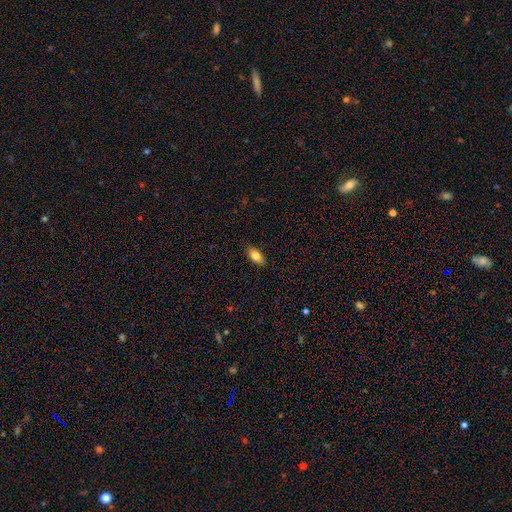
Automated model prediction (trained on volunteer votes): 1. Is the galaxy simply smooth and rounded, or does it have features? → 82% smooth, 11% featured or disk, 7% star or artifact.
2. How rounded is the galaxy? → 90% in between, 7% cigar-shaped, 4% round.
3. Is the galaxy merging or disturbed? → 88% none, 10% minor disturbance, 2% major disturbance, 1% merger.